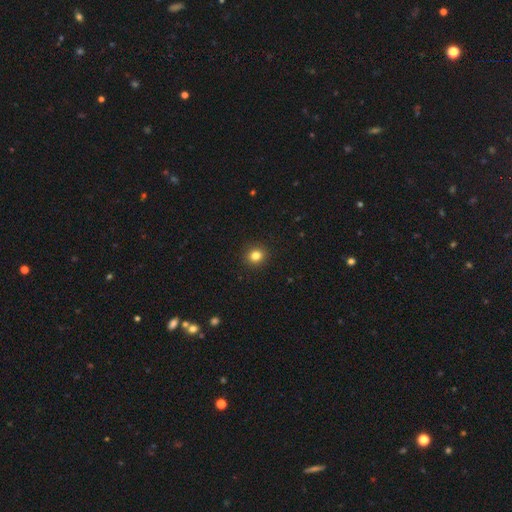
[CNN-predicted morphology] Overall: smooth (82%). How rounded: round (85%). Merging: none (92%).